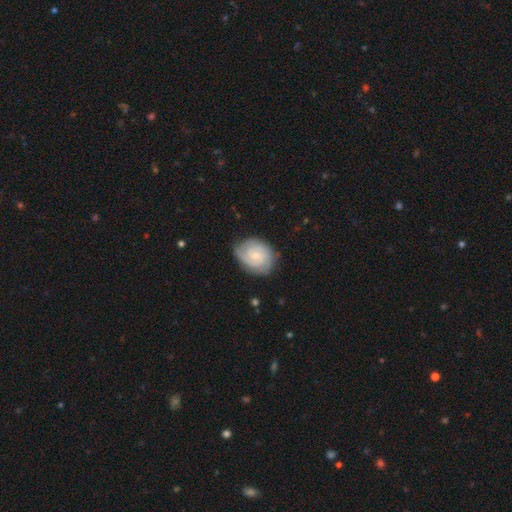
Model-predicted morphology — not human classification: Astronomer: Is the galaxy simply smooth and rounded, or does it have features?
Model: featured or disk — 69%.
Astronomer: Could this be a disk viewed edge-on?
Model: no — 98%.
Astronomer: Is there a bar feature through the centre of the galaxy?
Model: no — 62%.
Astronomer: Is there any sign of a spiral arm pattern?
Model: yes — 93%.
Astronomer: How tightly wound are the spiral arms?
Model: tight — 63%.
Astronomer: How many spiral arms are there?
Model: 2 — 47% (runner-up: can't tell, 25%).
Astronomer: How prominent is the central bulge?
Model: small — 69%.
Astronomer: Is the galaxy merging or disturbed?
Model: none — 74%.